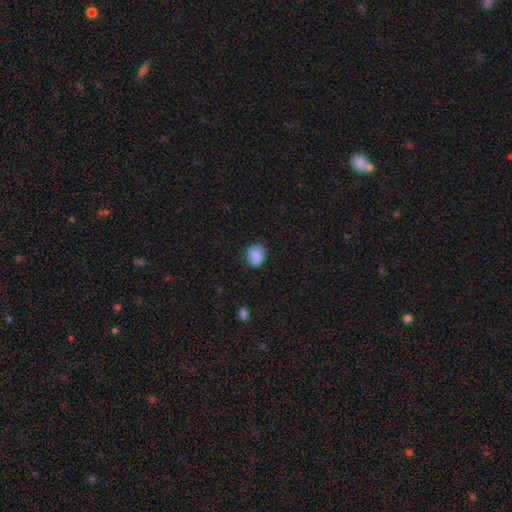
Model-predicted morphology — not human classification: A smooth galaxy with no disk features (72%) that is round (55%). Merging: none (58%).